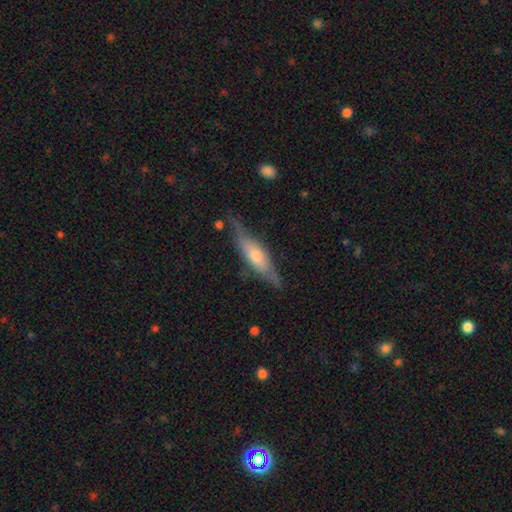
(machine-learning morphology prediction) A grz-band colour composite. It shows a featured or disk galaxy (53%) viewed edge-on (80%). Merging: none (67%).